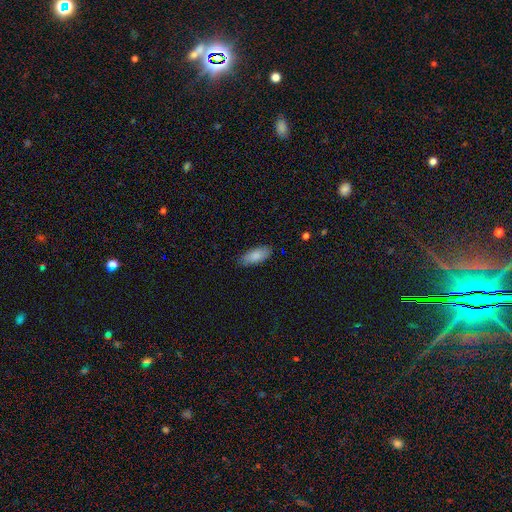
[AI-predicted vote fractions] Smooth or featured? Predicted: smooth (p=0.86). How rounded? Predicted: in between (p=0.81). Merging? Predicted: none (p=0.86).